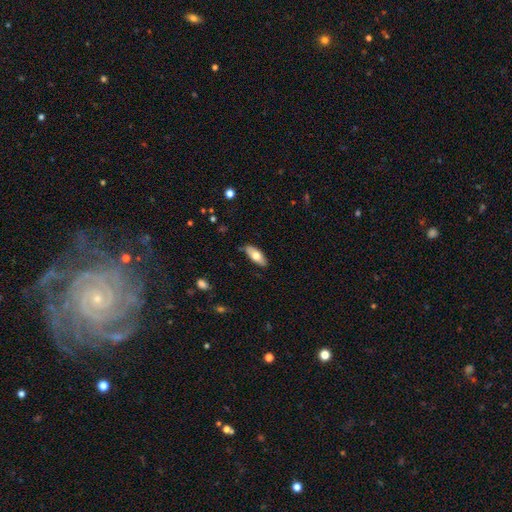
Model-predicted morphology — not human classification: A smooth galaxy with no disk features (68%) that is in between round and cigar-shaped (78%). Merging: none (82%).